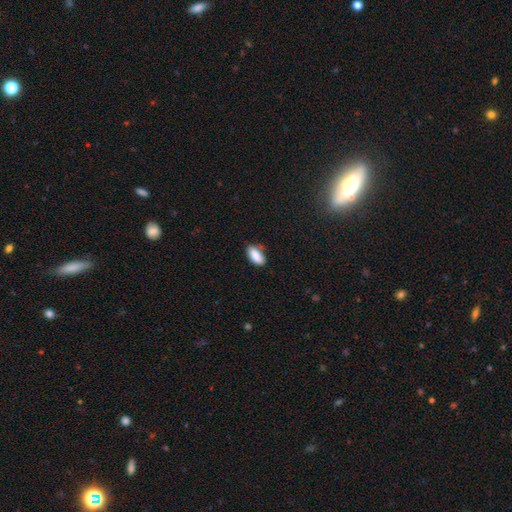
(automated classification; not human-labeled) smooth 88%, star or artifact 7%, featured or disk 5%. Down the decision tree: how rounded — in between (89%); merging — none (75%).